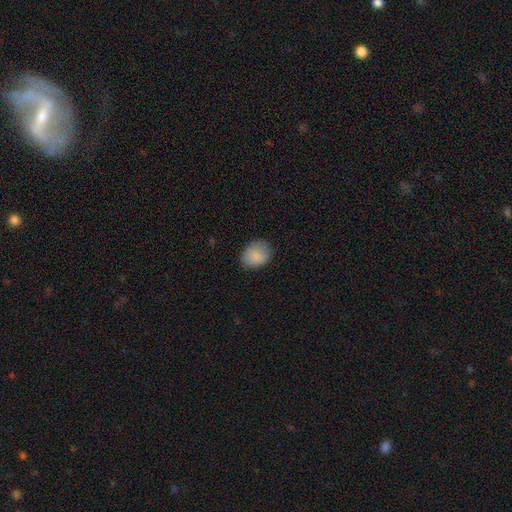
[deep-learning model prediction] Overall: smooth (87%). How rounded: in between (52%; round 47%). Merging: none (75%).